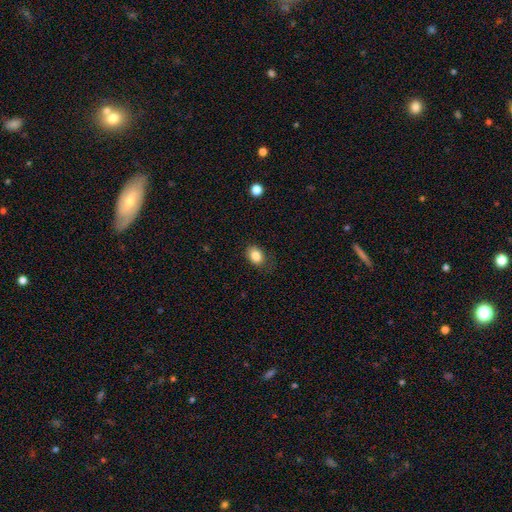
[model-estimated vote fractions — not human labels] smooth_or_featured: smooth (p=0.85) [alt: star or artifact p=0.09]
how_rounded: in between (p=0.71) [alt: round p=0.28]
merging: none (p=0.78) [alt: minor disturbance p=0.16]